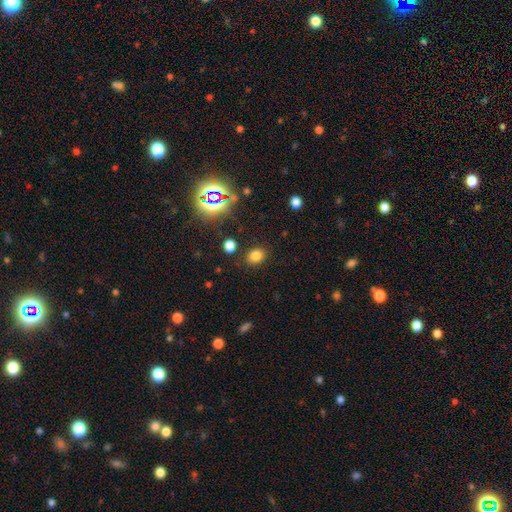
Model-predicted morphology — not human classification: Smooth or featured: smooth — 76% (star or artifact — 18%)
How rounded: in between — 51% (round — 48%)
Merging: none — 85% (minor disturbance — 9%)